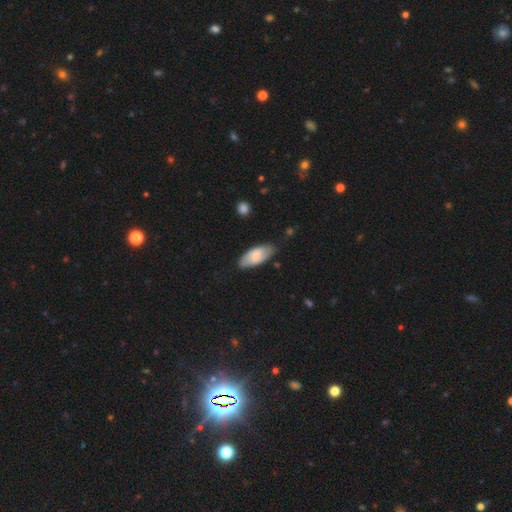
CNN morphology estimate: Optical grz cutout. It shows a smooth galaxy with no disk features (70%) that is in between round and cigar-shaped (87%). Merging: none (73%).